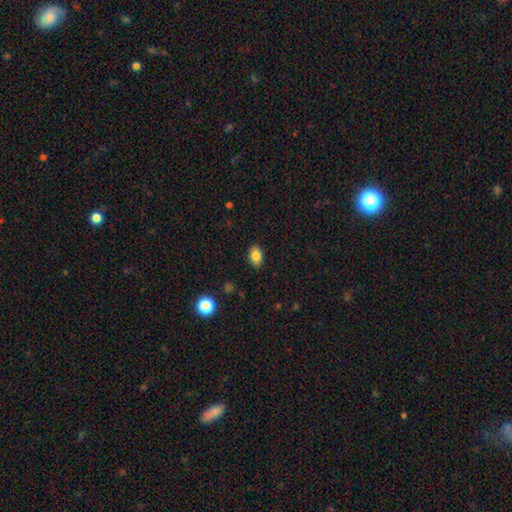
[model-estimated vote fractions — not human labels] Q: Smooth or featured?
A: smooth (84%); runner-up: star or artifact (9%)
Q: How rounded?
A: in between (87%); runner-up: round (12%)
Q: Merging?
A: none (87%); runner-up: minor disturbance (9%)